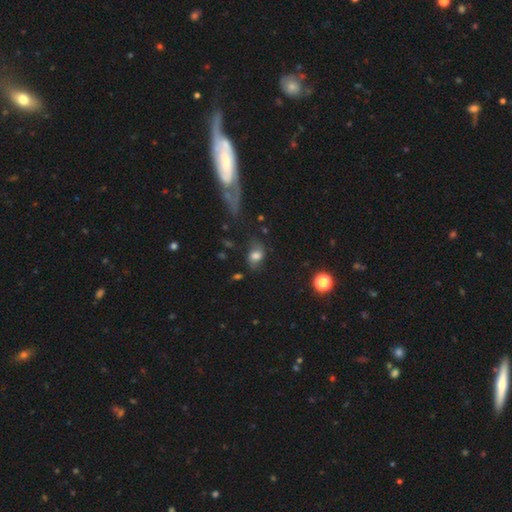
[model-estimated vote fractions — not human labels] smooth_or_featured: smooth (p=0.62) [alt: featured or disk p=0.26]
how_rounded: in between (p=0.71) [alt: round p=0.27]
merging: none (p=0.56) [alt: minor disturbance p=0.26]